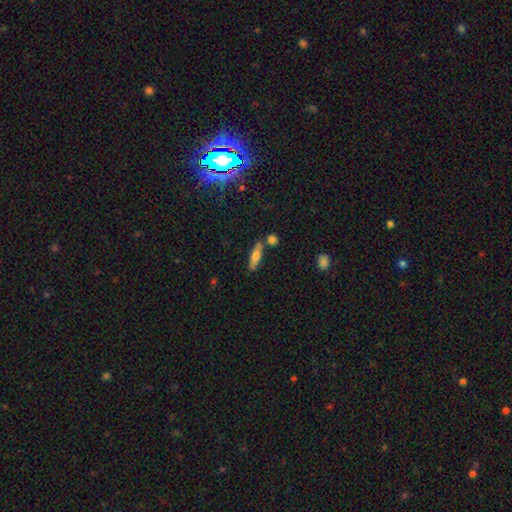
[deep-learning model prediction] smooth_or_featured: smooth (p=0.61) [alt: featured or disk p=0.31]
how_rounded: cigar-shaped (p=0.72) [alt: in between p=0.25]
merging: none (p=0.73) [alt: merger p=0.12]